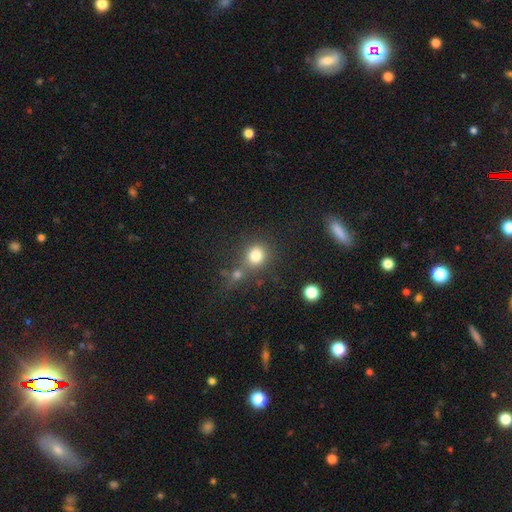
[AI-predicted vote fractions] A smooth galaxy with no disk features (79%) that is round (84%). Merging: none (57%).